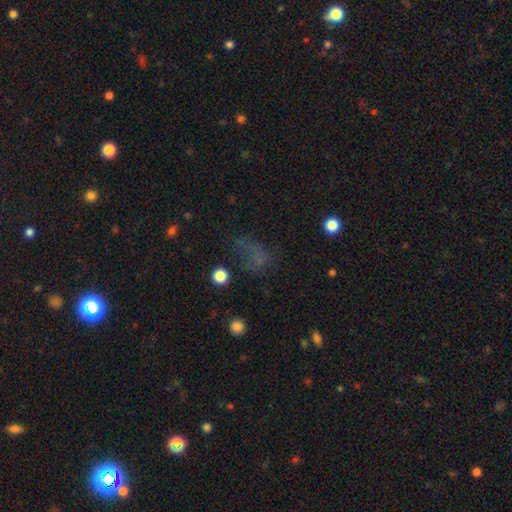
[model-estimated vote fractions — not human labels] Overall: smooth (46%; star or artifact 32%). Merging: none (39%; major disturbance 37%).